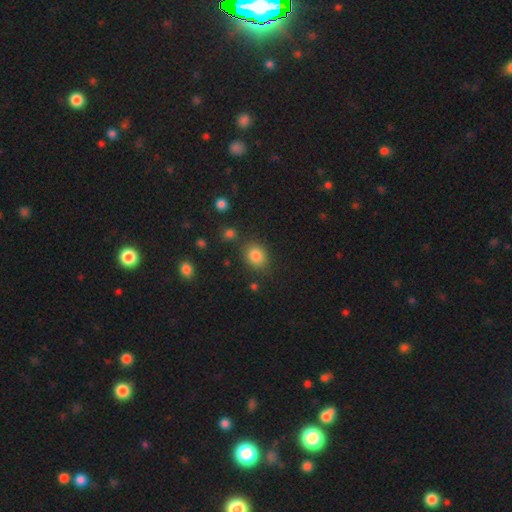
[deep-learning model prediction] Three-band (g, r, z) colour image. It shows a smooth galaxy with no disk features (83%) that is in between round and cigar-shaped (51%). Merging: none (79%).